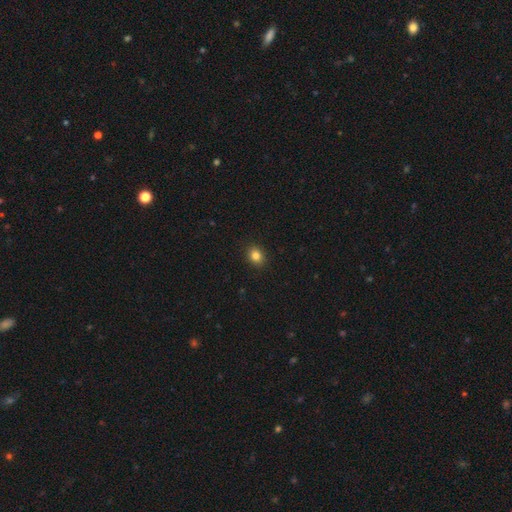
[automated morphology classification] Smooth or featured: smooth — 83% (star or artifact — 11%)
How rounded: round — 60% (in between — 39%)
Merging: none — 91% (minor disturbance — 7%)